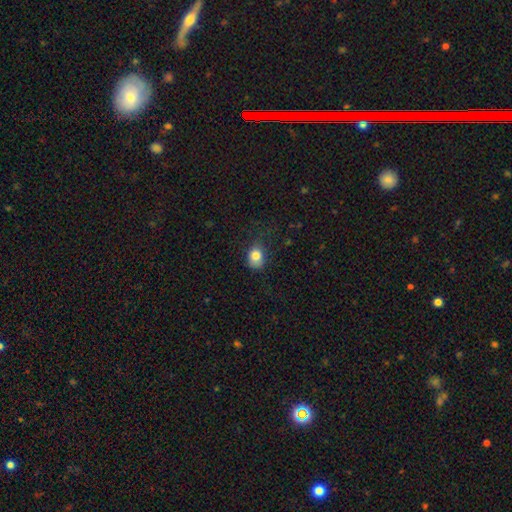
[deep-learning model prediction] smooth_or_featured: smooth (p=0.81) [alt: star or artifact p=0.11]
how_rounded: round (p=0.51) [alt: in between p=0.48]
merging: none (p=0.60) [alt: minor disturbance p=0.28]